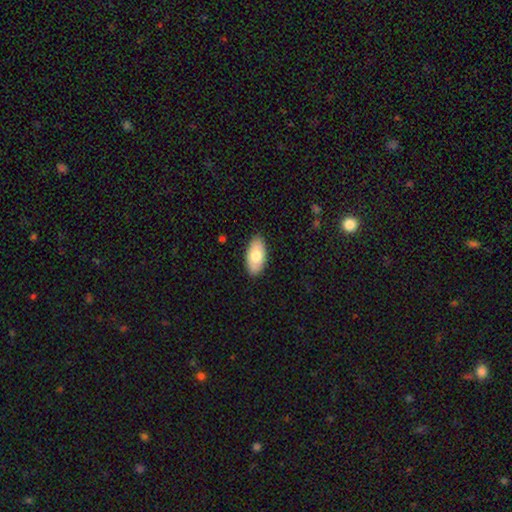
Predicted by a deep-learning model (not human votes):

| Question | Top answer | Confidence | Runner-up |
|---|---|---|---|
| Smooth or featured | smooth | 78% | featured or disk (17%) |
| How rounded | in between | 94% | cigar-shaped (4%) |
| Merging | none | 88% | minor disturbance (9%) |